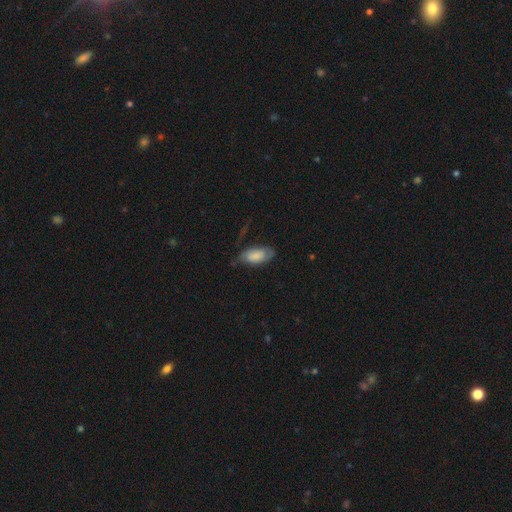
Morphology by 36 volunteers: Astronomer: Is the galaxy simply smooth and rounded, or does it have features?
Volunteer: smooth — 72%.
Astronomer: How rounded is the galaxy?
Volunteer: in between — 88%.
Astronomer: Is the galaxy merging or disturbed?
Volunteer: none — 83%.